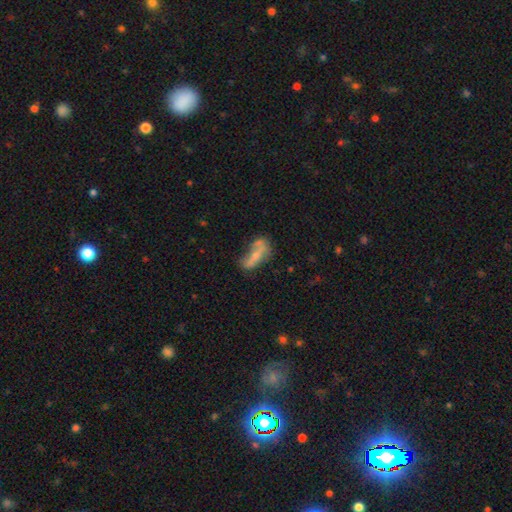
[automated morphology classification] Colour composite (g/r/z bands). It shows a featured or disk galaxy (49%). Merging: none (38%).